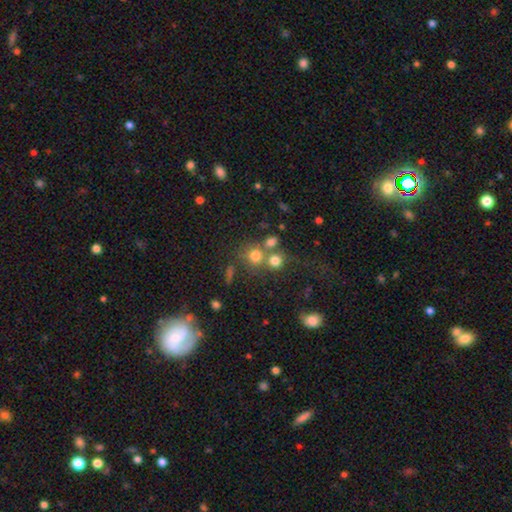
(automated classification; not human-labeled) Overall: smooth (72%). How rounded: round (81%). Merging: none (49%; merger 35%).